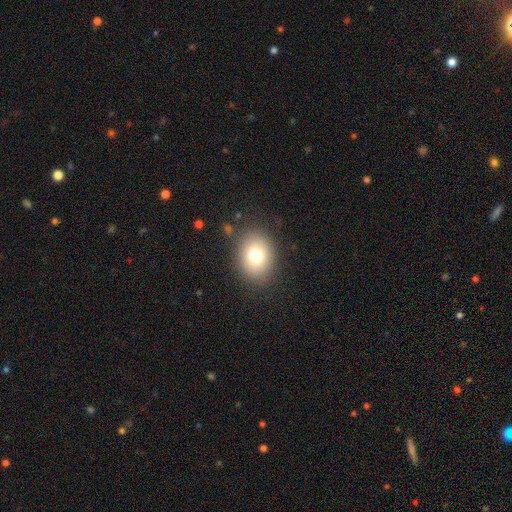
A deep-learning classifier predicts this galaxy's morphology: Q: Smooth or featured?
A: smooth (76%); runner-up: featured or disk (13%)
Q: How rounded?
A: in between (53%); runner-up: round (46%)
Q: Merging?
A: none (85%); runner-up: minor disturbance (10%)